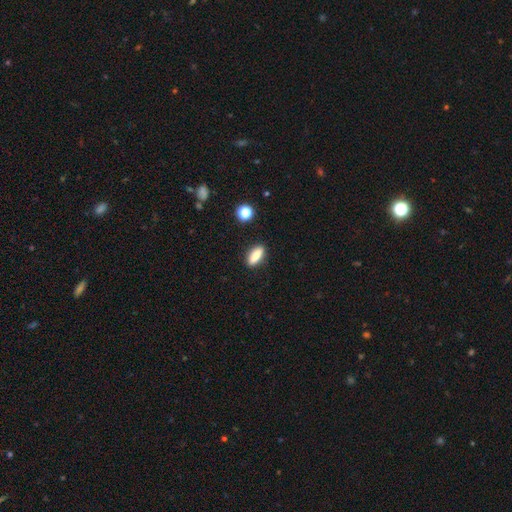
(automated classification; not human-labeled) This appears to be a smooth galaxy with no disk features (80%) that is in between round and cigar-shaped (69%). Merging: none (88%).